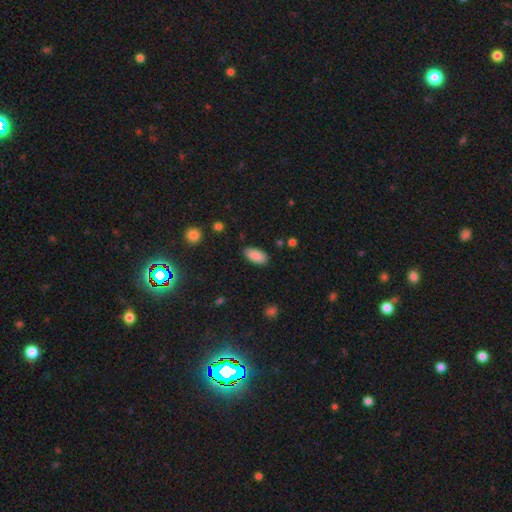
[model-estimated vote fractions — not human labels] Smooth or featured? Predicted: smooth (p=0.87). How rounded? Predicted: in between (p=0.92). Merging? Predicted: none (p=0.85).